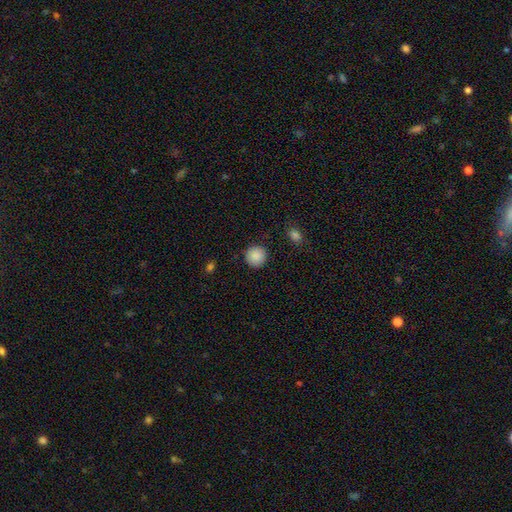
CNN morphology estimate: smooth_or_featured: smooth (p=0.89) [alt: star or artifact p=0.08]
how_rounded: round (p=0.94) [alt: in between p=0.05]
merging: none (p=0.90) [alt: minor disturbance p=0.06]